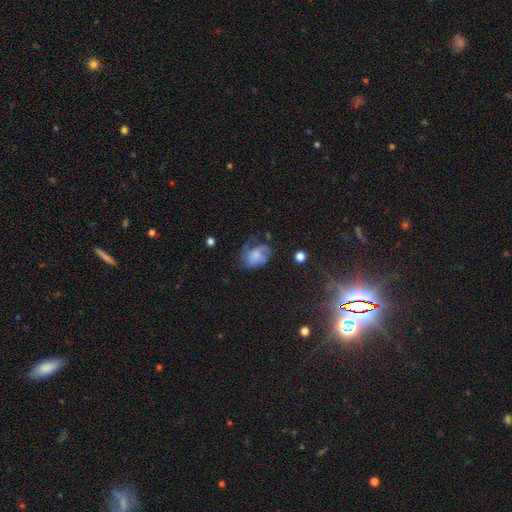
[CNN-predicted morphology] Smooth or featured? Predicted: smooth (p=0.47). Merging? Predicted: none (p=0.36).